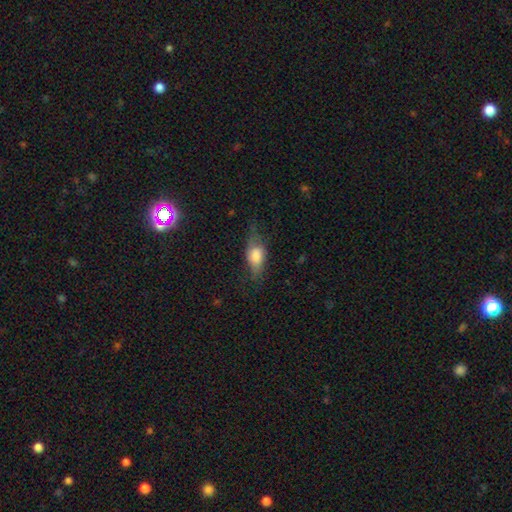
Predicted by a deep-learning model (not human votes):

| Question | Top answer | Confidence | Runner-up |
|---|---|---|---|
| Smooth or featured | smooth | 68% | featured or disk (24%) |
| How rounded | in between | 81% | cigar-shaped (12%) |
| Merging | none | 48% | minor disturbance (31%) |